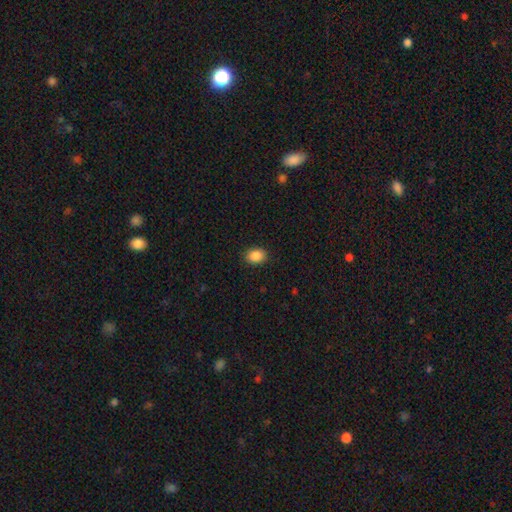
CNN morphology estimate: Smooth or featured? Predicted: smooth (p=0.89). How rounded? Predicted: in between (p=0.69). Merging? Predicted: none (p=0.89).